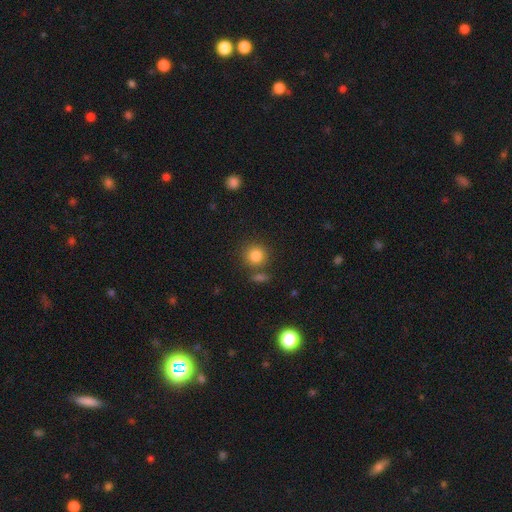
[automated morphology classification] Smooth or featured? Predicted: smooth (p=0.83). How rounded? Predicted: round (p=0.90). Merging? Predicted: none (p=0.75).